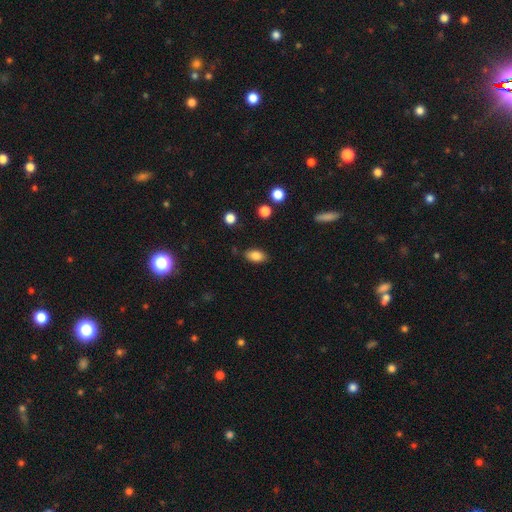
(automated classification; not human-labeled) smooth-or-featured: smooth: 84% | star or artifact: 9% | featured or disk: 7%
  how-rounded: in between: 89% | round: 8% | cigar-shaped: 3%
  merging: none: 81% | minor disturbance: 13% | major disturbance: 3% | merger: 3%